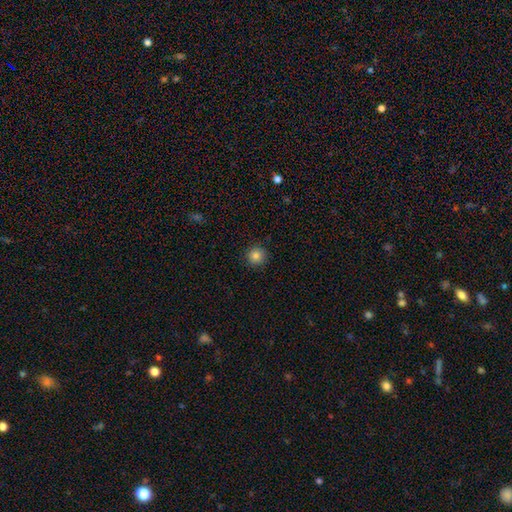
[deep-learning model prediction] Q: Smooth or featured?
A: smooth (83%); runner-up: star or artifact (12%)
Q: How rounded?
A: round (95%); runner-up: in between (4%)
Q: Merging?
A: none (92%); runner-up: minor disturbance (5%)